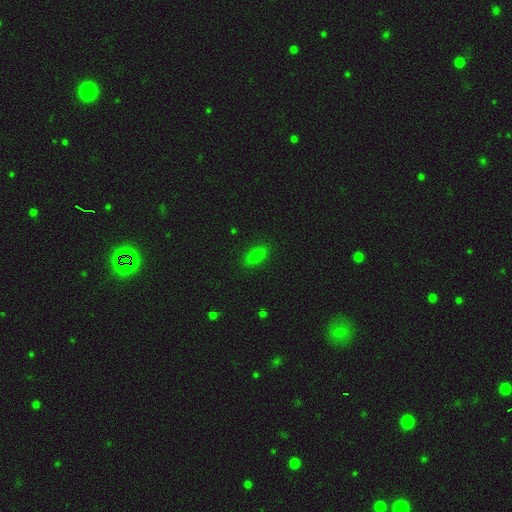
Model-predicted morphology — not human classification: This appears to be a smooth galaxy with no disk features (79%) that is in between round and cigar-shaped (84%). Merging: none (86%).